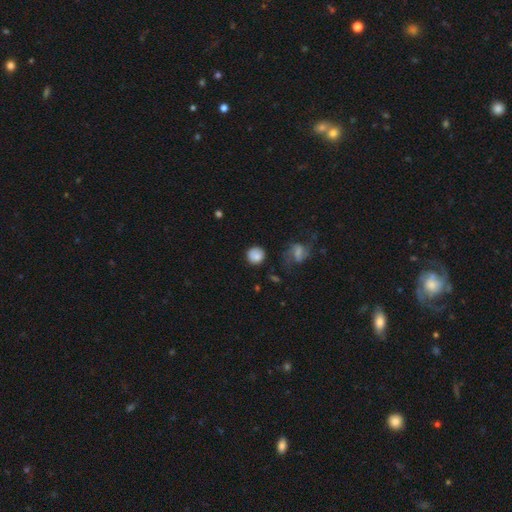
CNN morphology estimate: Smooth or featured? Predicted: smooth (p=0.77). How rounded? Predicted: round (p=0.89). Merging? Predicted: none (p=0.77).